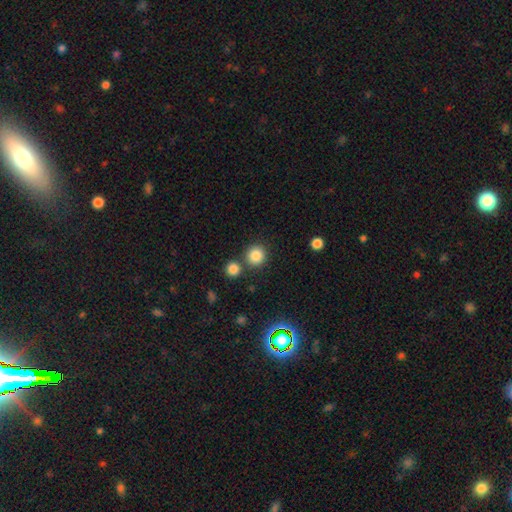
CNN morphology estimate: The model was most divided on "merging": none: 77%, merger: 13%, minor disturbance: 8%, major disturbance: 3%. More confident: how rounded — round (91%); smooth or featured — smooth (85%).